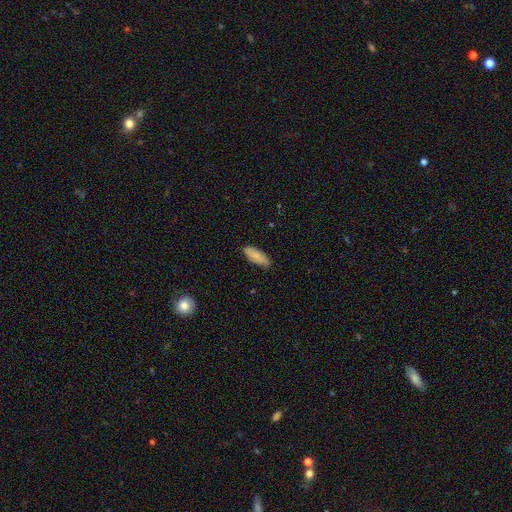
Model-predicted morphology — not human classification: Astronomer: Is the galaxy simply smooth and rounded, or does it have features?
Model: smooth — 84%.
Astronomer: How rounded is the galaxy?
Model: in between — 70%.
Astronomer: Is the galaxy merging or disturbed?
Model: none — 80%.